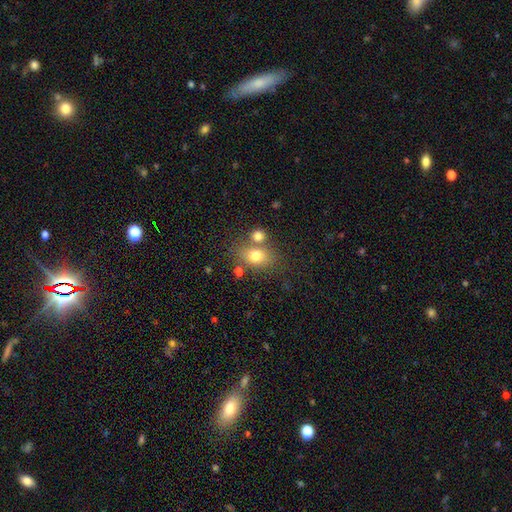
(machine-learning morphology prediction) type=smooth (74%); roundness=in between (62%); merging=none (59%).